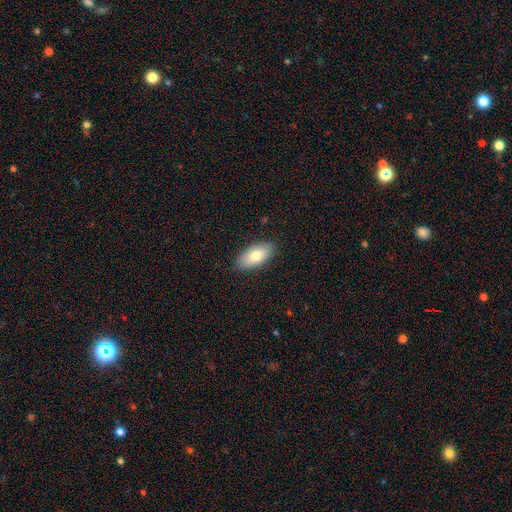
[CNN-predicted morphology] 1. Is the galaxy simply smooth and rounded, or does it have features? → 77% smooth, 16% featured or disk, 7% star or artifact.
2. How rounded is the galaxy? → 92% in between, 6% cigar-shaped, 3% round.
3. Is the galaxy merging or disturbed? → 88% none, 9% minor disturbance, 2% major disturbance, 1% merger.